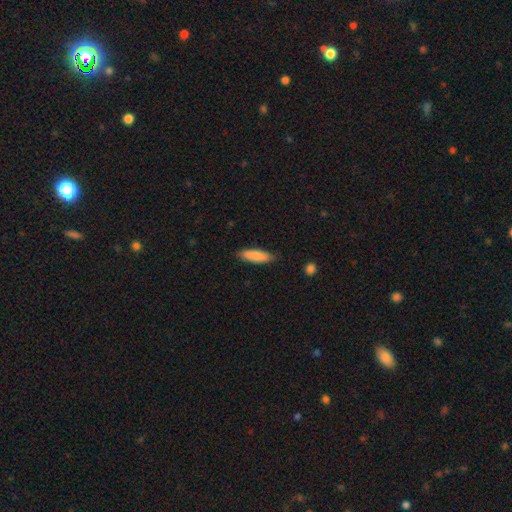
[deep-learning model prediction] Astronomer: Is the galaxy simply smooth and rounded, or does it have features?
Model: smooth — 84%.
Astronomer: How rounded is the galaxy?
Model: cigar-shaped — 60% (runner-up: in between, 38%).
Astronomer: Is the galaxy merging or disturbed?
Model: none — 84%.